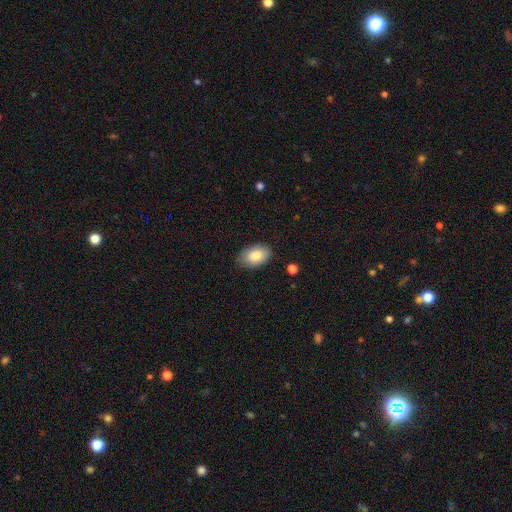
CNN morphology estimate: A smooth galaxy with no disk features (85%) that is in between round and cigar-shaped (91%).

Vote fractions:
- Smooth or featured? smooth: 85% / featured or disk: 9% / star or artifact: 6%
- How rounded? in between: 91% / round: 8% / cigar-shaped: 1%
- Merging? none: 85% / minor disturbance: 12% / major disturbance: 2% / merger: 1%